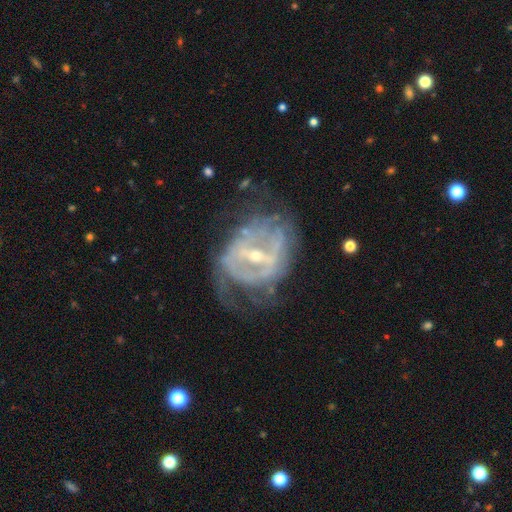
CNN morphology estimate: smooth_or_featured: featured or disk (p=0.85) [alt: smooth p=0.08]
disk_edge_on: no (p=0.95) [alt: yes p=0.05]
bar: strong (p=0.55) [alt: weak p=0.32]
has_spiral_arms: yes (p=0.68) [alt: no p=0.32]
spiral_winding: tight (p=0.44) [alt: medium p=0.36]
spiral_arm_count: can't tell (p=0.43) [alt: 2 p=0.36]
bulge_size: small (p=0.65) [alt: moderate p=0.32]
merging: none (p=0.48) [alt: major disturbance p=0.27]